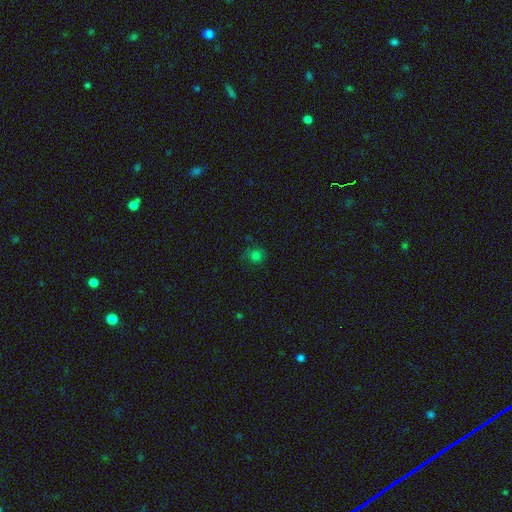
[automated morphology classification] The model was most divided on "merging": none: 72%, minor disturbance: 20%, major disturbance: 6%, merger: 2%. More confident: how rounded — round (80%); smooth or featured — smooth (75%).